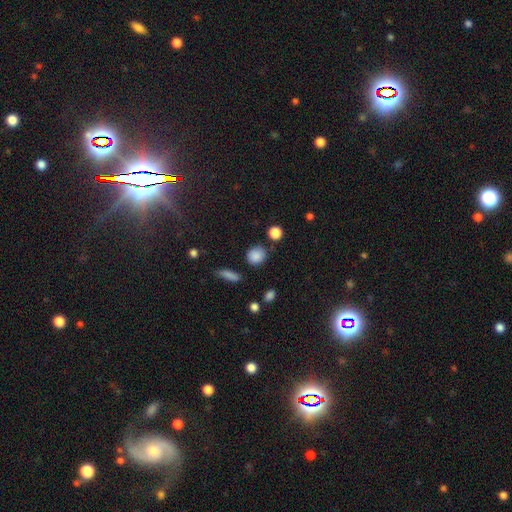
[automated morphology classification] This appears to be a smooth galaxy with no disk features (85%) that is round (79%). Merging: none (79%).